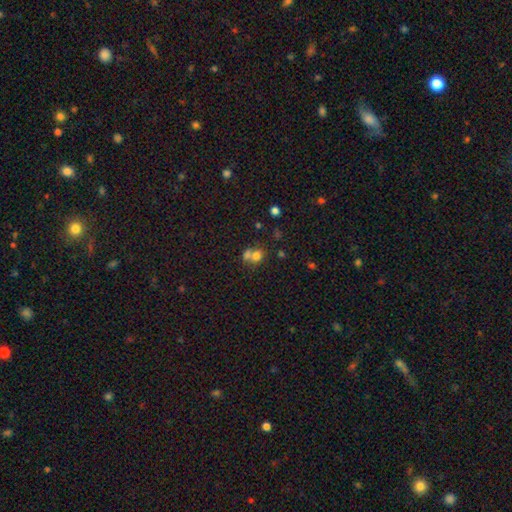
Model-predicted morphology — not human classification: This is likely a smooth galaxy (71%). How rounded: likely round (69%). Merging: possibly merger (55%).